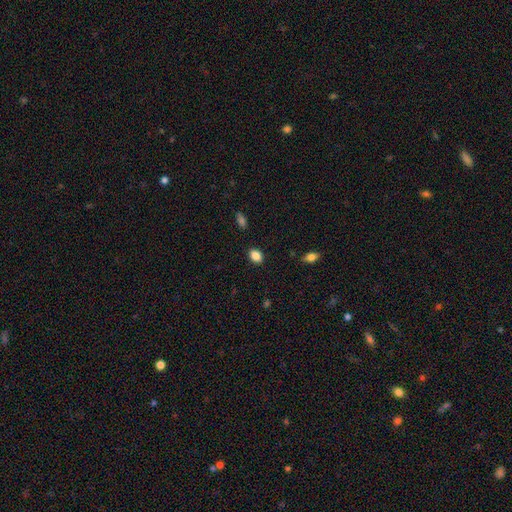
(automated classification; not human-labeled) This appears to be a smooth galaxy with no disk features (86%) that is in between round and cigar-shaped (73%). Merging: none (88%).